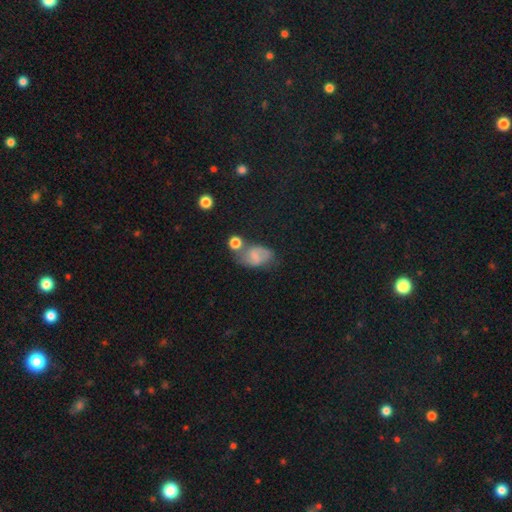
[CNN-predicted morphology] A smooth galaxy with no disk features (57%) that is in between round and cigar-shaped (82%). Merging: none (46%).